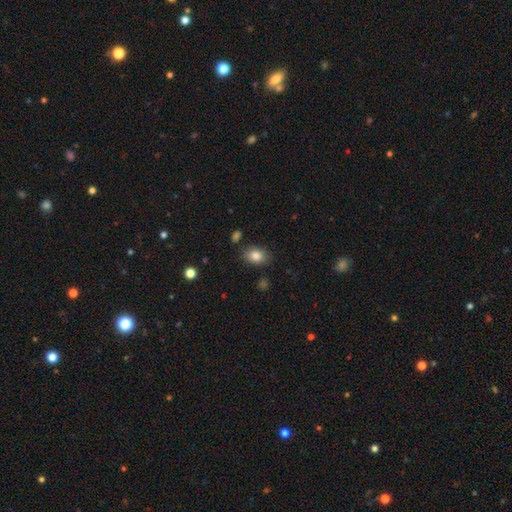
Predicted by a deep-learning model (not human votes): Smooth or featured: smooth — 84% (star or artifact — 9%)
How rounded: in between — 69% (round — 30%)
Merging: none — 81% (minor disturbance — 13%)